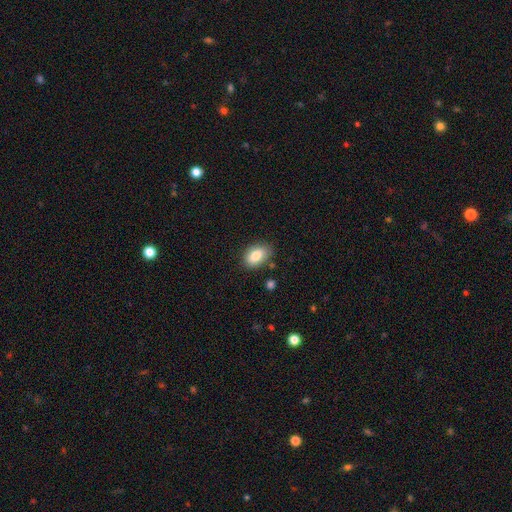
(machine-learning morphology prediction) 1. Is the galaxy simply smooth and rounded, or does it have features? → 82% smooth, 11% featured or disk, 8% star or artifact.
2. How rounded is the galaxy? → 89% in between, 9% round, 2% cigar-shaped.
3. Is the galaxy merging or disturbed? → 80% none, 14% minor disturbance, 3% merger, 3% major disturbance.